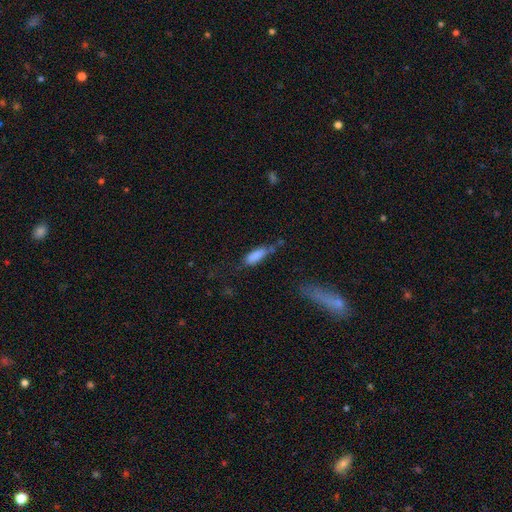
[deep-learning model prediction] Smooth or featured?
  - smooth: 81% *
  - featured or disk: 11%
  - star or artifact: 8%
How rounded?
  - in between: 61% *
  - cigar-shaped: 37%
  - round: 2%
Merging?
  - none: 39% *
  - minor disturbance: 34%
  - major disturbance: 20%
  - merger: 7%